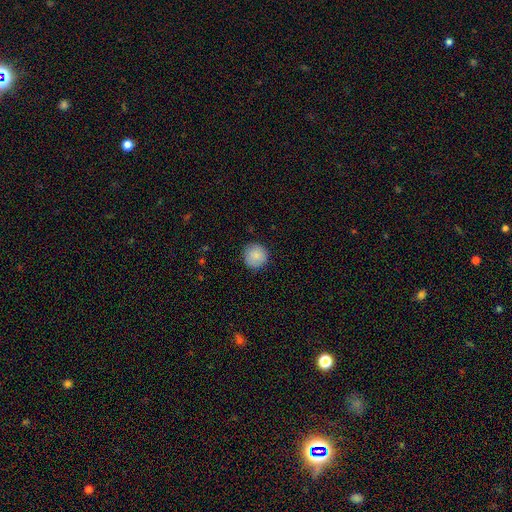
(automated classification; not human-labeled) smooth 87%, star or artifact 7%, featured or disk 5%. Down the decision tree: how rounded — round (95%); merging — none (89%).